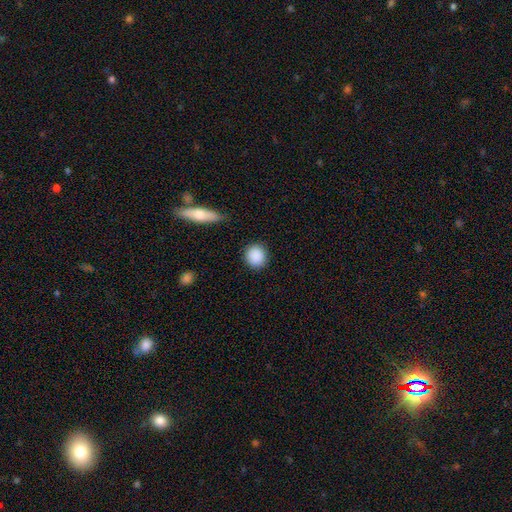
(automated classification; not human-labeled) A smooth galaxy with no disk features (89%) that is round (84%). Merging: none (87%).